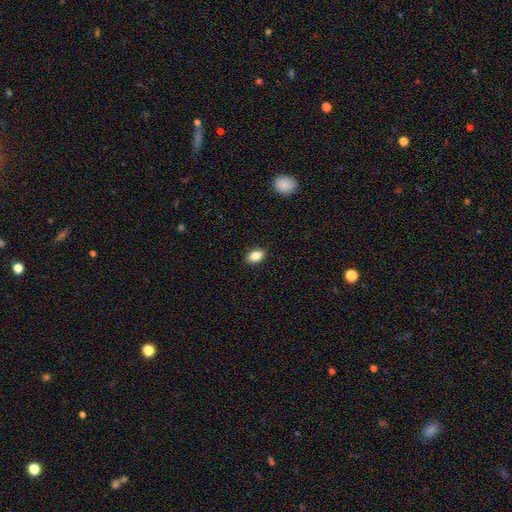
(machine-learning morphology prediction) Q: Smooth or featured?
A: smooth (84%); runner-up: star or artifact (8%)
Q: How rounded?
A: in between (87%); runner-up: round (10%)
Q: Merging?
A: none (89%); runner-up: minor disturbance (8%)